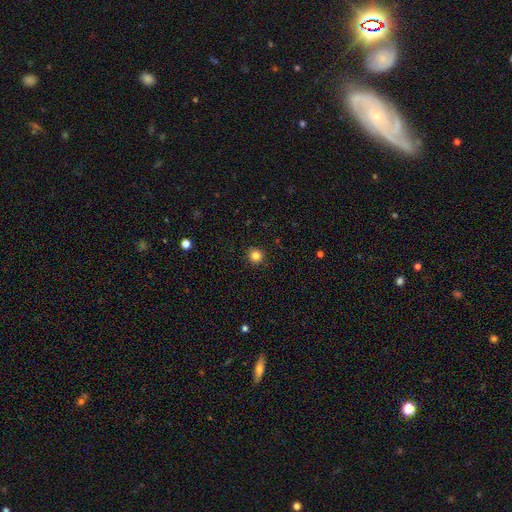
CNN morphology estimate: This appears to be a smooth galaxy with no disk features (83%) that is round (92%). Merging: none (91%).